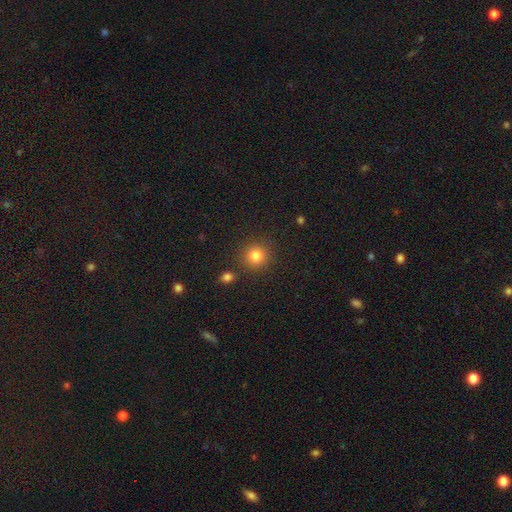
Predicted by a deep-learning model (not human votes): Q: Smooth or featured?
A: smooth (82%); runner-up: star or artifact (12%)
Q: How rounded?
A: round (92%); runner-up: in between (7%)
Q: Merging?
A: none (86%); runner-up: minor disturbance (7%)